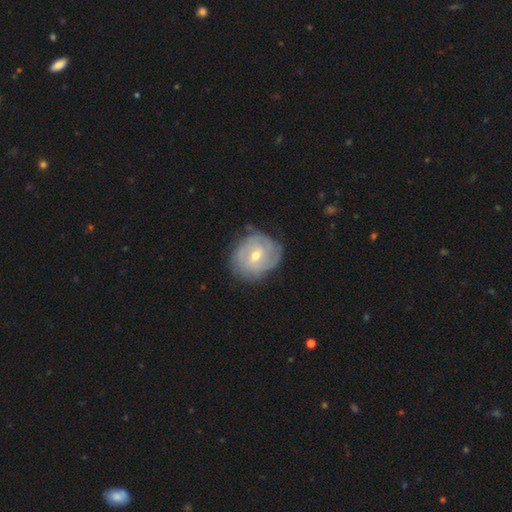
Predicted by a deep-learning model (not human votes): Smooth or featured? featured or disk (75%)
Edge-on disk? no (97%)
Bar? weak (45%)
Spiral arms? yes (86%)
Spiral winding? tight (68%)
Spiral arm count? can't tell (41%)
Bulge size? moderate (56%)
Merging? none (68%)